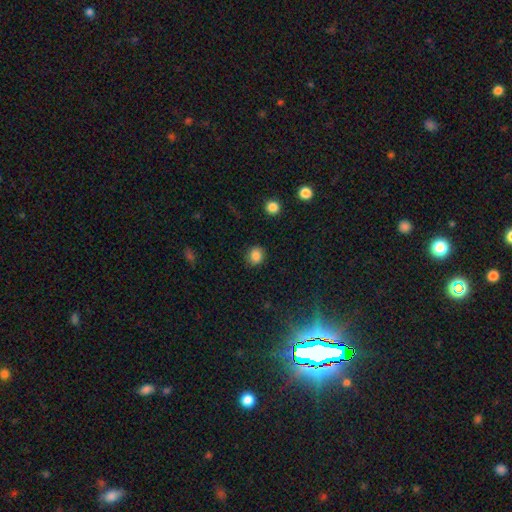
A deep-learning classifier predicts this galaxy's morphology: This appears to be a smooth galaxy with no disk features (85%) that is round (80%). Merging: none (87%).